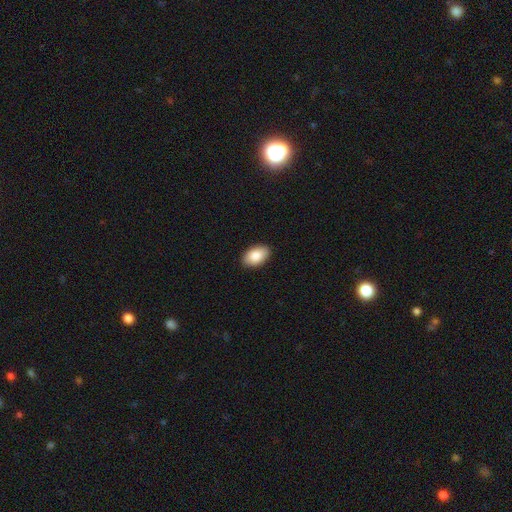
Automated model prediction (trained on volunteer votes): Morphology: type=smooth (87%); roundness=in between (93%); merging=none (90%).